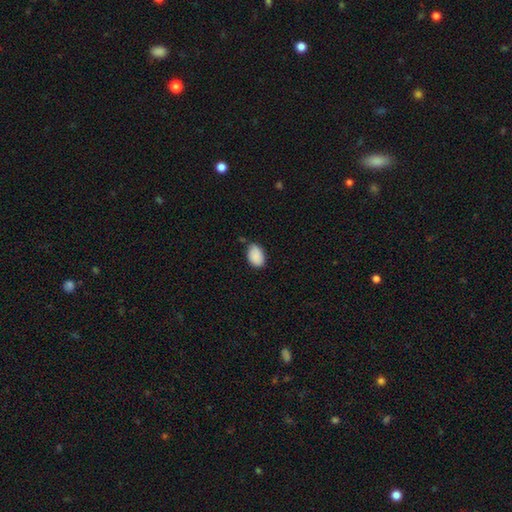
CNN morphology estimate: Smooth or featured?
  - smooth: 90% *
  - star or artifact: 7%
  - featured or disk: 3%
How rounded?
  - in between: 89% *
  - round: 10%
  - cigar-shaped: 1%
Merging?
  - none: 71% *
  - minor disturbance: 23%
  - major disturbance: 4%
  - merger: 3%